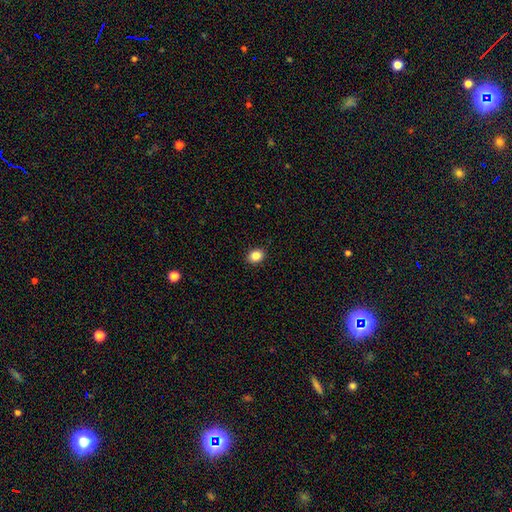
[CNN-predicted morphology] Smooth or featured? Predicted: smooth (p=0.85). How rounded? Predicted: round (p=0.50). Merging? Predicted: none (p=0.91).